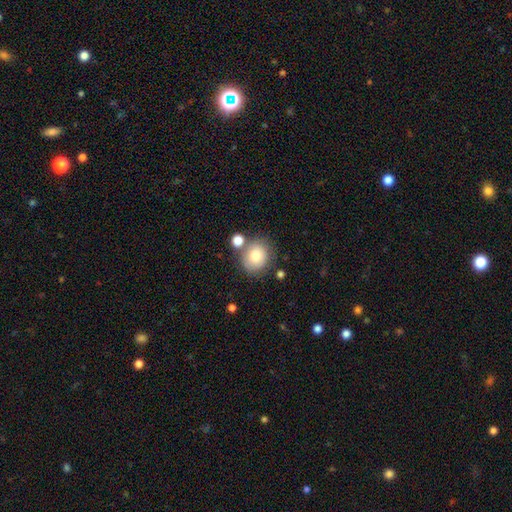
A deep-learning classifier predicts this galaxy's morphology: This appears to be a smooth galaxy with no disk features (79%) that is round (75%). Merging: none (67%).